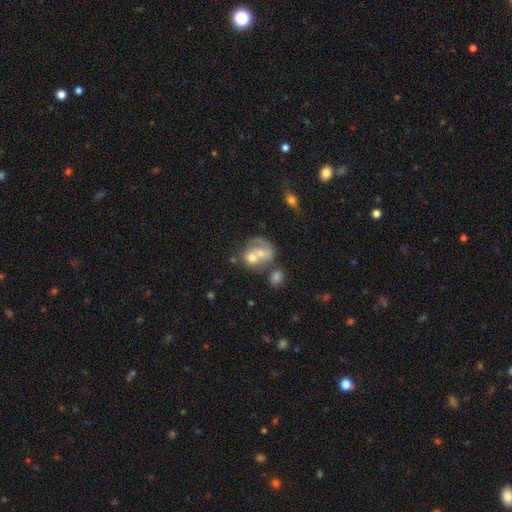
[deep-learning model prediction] This appears to be a featured or disk galaxy (46%, tied with smooth). Merging: merger (61%).